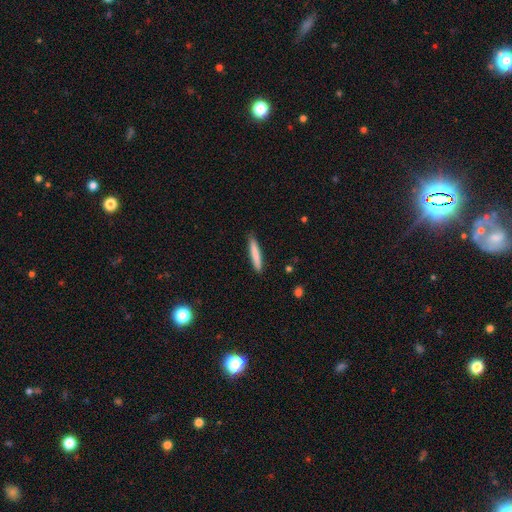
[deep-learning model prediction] Smooth or featured?
  - smooth: 80% *
  - featured or disk: 14%
  - star or artifact: 6%
How rounded?
  - cigar-shaped: 94% *
  - in between: 5%
  - round: 1%
Merging?
  - none: 89% *
  - minor disturbance: 8%
  - major disturbance: 2%
  - merger: 1%